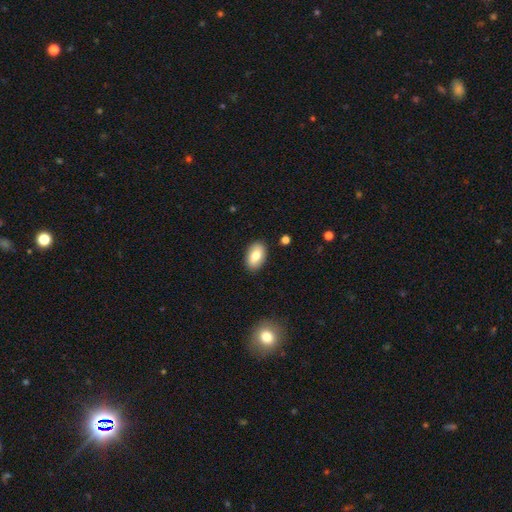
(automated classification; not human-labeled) The model was most divided on "smooth or featured": smooth: 80%, featured or disk: 13%, star or artifact: 7%. More confident: how rounded — in between (92%); merging — none (88%).